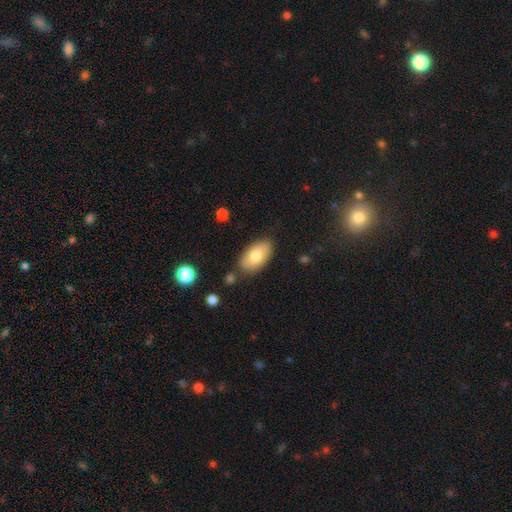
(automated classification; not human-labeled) Smooth or featured?
  - smooth: 76% *
  - featured or disk: 18%
  - star or artifact: 6%
How rounded?
  - in between: 94% *
  - round: 4%
  - cigar-shaped: 2%
Merging?
  - none: 80% *
  - minor disturbance: 13%
  - merger: 3%
  - major disturbance: 3%